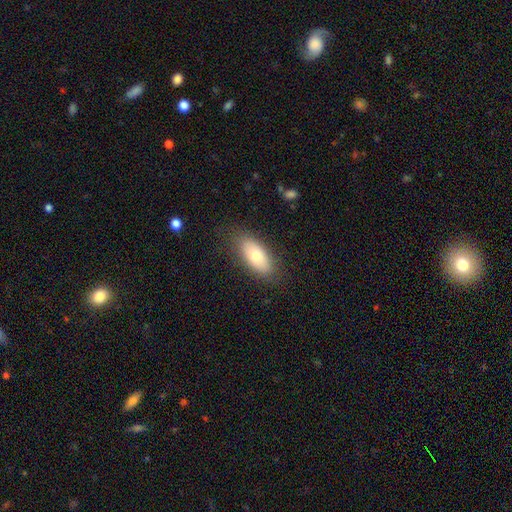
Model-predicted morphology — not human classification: This is likely a smooth galaxy (74%). How rounded: clearly in between (87%). Merging: clearly none (82%).